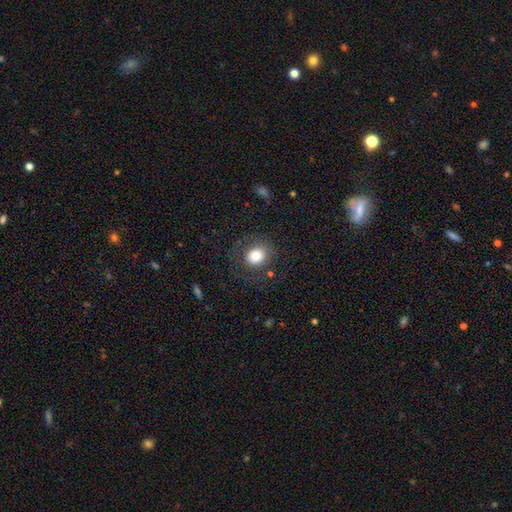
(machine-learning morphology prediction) Smooth or featured? Predicted: smooth (p=0.76). How rounded? Predicted: round (p=0.76). Merging? Predicted: none (p=0.77).